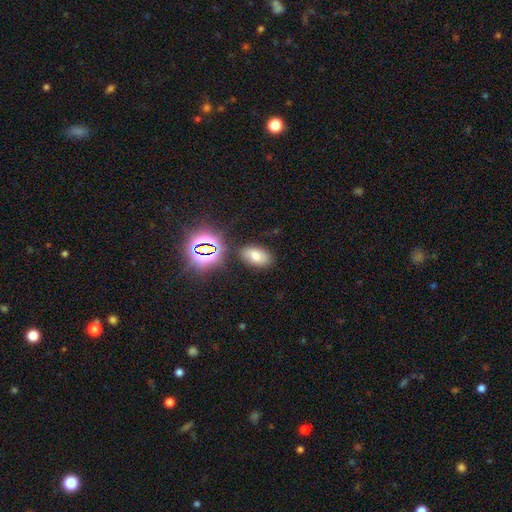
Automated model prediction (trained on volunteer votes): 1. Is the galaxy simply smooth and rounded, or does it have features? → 67% smooth, 21% star or artifact, 12% featured or disk.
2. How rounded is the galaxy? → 89% in between, 10% round, 2% cigar-shaped.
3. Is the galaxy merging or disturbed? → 81% none, 11% minor disturbance, 4% merger, 4% major disturbance.